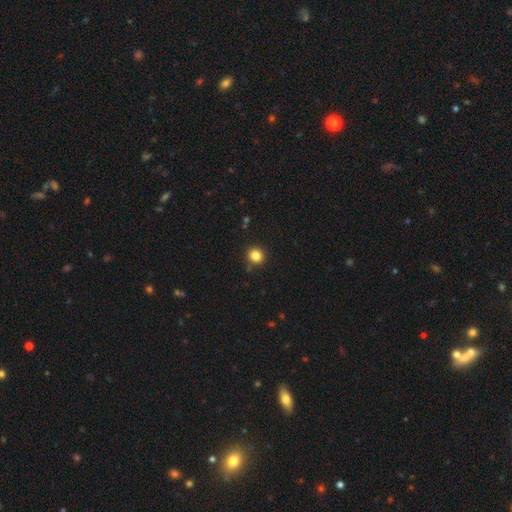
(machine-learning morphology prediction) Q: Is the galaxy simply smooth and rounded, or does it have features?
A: smooth — 83%.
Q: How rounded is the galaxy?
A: round — 91%.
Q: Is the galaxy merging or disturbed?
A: none — 88%.